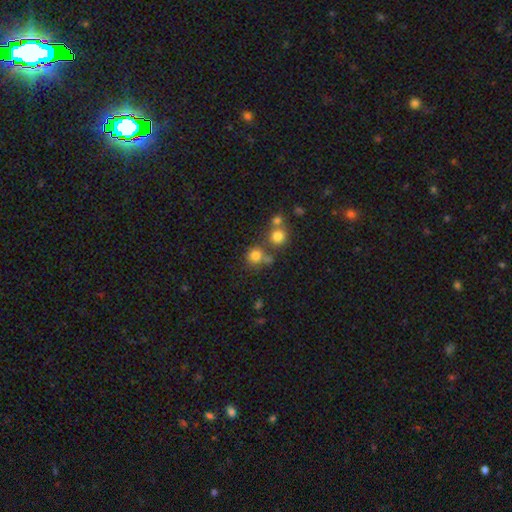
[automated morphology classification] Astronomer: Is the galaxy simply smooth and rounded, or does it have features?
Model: smooth — 76%.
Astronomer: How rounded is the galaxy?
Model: round — 87%.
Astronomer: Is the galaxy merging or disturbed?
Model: none — 61%.